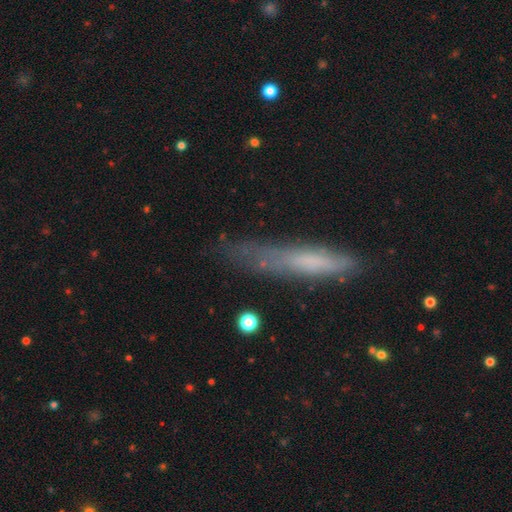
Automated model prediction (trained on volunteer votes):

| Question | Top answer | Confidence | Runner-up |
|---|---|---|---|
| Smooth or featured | smooth | 53% | featured or disk (35%) |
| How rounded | cigar-shaped | 87% | in between (11%) |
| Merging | none | 56% | minor disturbance (28%) |